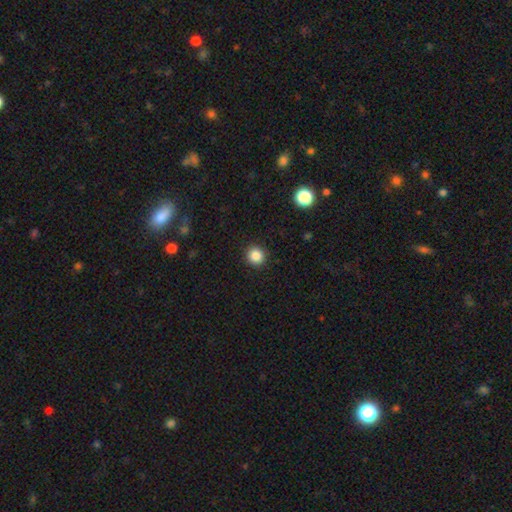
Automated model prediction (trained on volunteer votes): Smooth or featured? smooth (86%)
How rounded? round (92%)
Merging? none (92%)